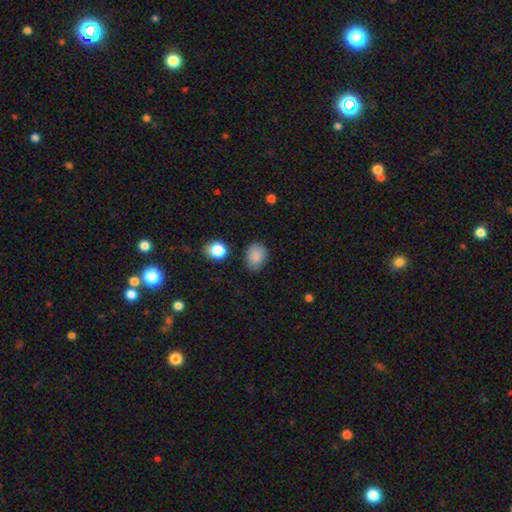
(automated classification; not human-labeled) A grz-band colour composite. It shows a smooth galaxy with no disk features (86%) that is in between round and cigar-shaped (62%). Merging: none (78%).